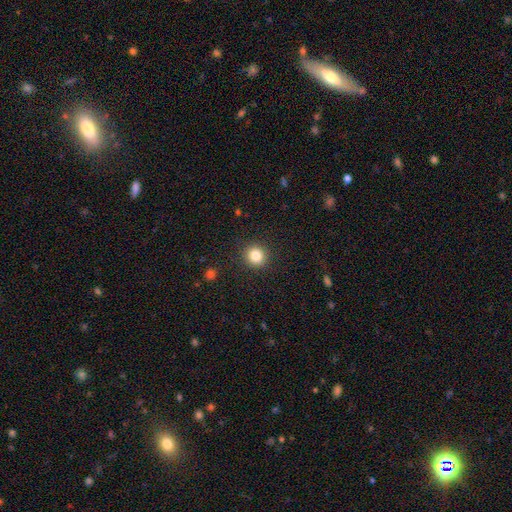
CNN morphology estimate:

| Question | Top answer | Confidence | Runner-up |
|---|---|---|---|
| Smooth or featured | smooth | 83% | star or artifact (11%) |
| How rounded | round | 91% | in between (8%) |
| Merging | none | 91% | minor disturbance (6%) |